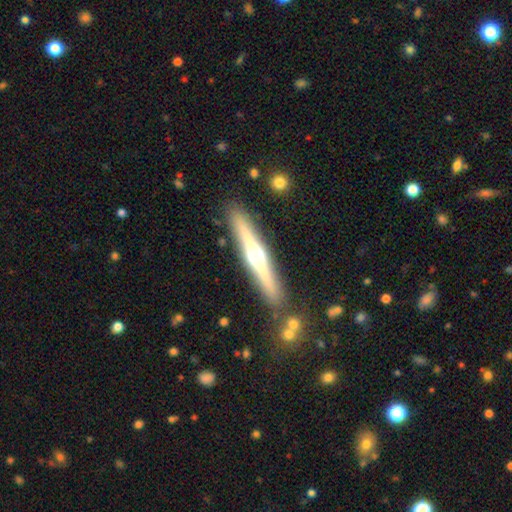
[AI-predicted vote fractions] Smooth or featured?
  - featured or disk: 71% *
  - smooth: 23%
  - star or artifact: 6%
Edge-on disk?
  - yes: 97% *
  - no: 3%
Edge-on bulge?
  - rounded: 93% *
  - boxy: 4%
  - none: 3%
Merging?
  - none: 87% *
  - minor disturbance: 8%
  - merger: 3%
  - major disturbance: 2%